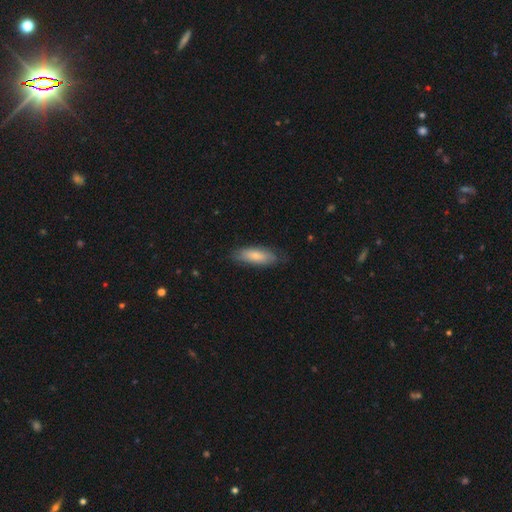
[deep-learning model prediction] The model was most divided on "how rounded": in between: 64%, cigar-shaped: 34%, round: 2%. More confident: merging — none (77%); smooth or featured — smooth (77%).